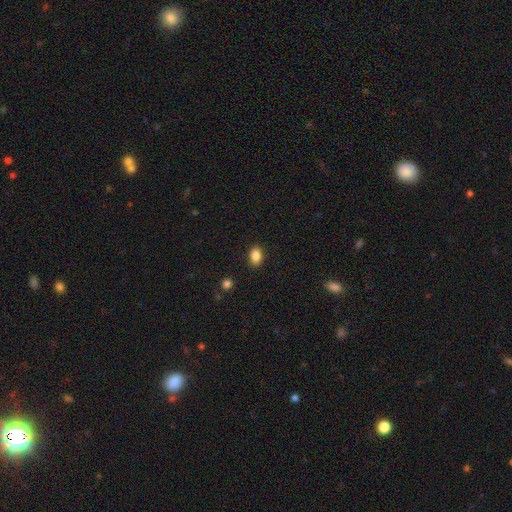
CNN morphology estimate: Smooth or featured? smooth (86%)
How rounded? in between (82%)
Merging? none (88%)